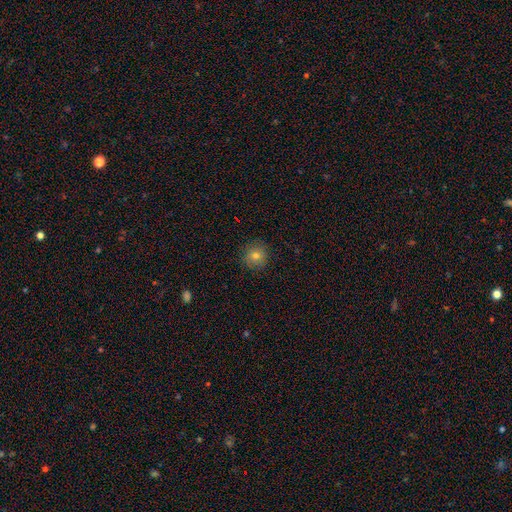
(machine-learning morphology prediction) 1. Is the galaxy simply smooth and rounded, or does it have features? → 75% smooth, 14% star or artifact, 11% featured or disk.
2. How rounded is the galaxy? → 93% round, 6% in between, 1% cigar-shaped.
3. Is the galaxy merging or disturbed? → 89% none, 8% minor disturbance, 2% major disturbance, 1% merger.